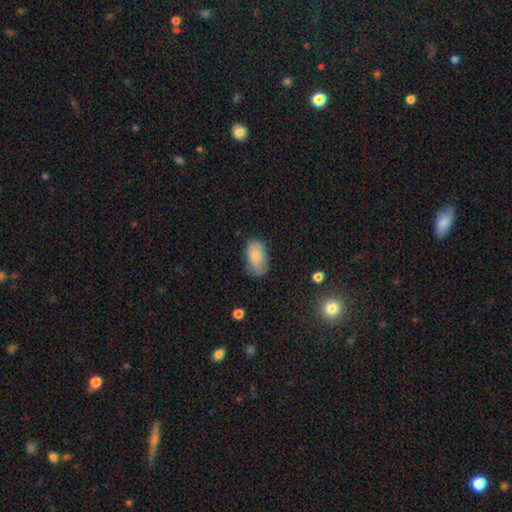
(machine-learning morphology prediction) This appears to be a smooth galaxy with no disk features (80%) that is in between round and cigar-shaped (93%). Merging: none (64%).